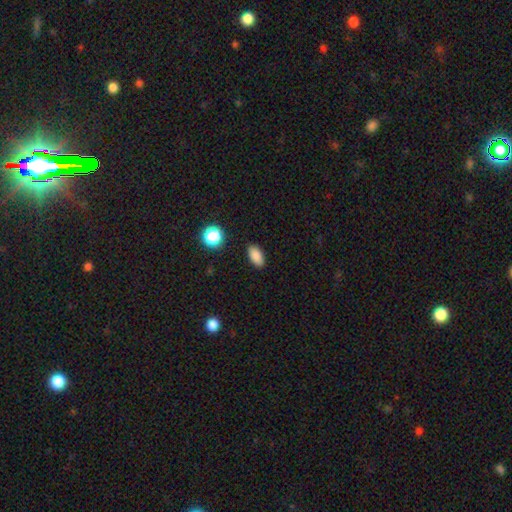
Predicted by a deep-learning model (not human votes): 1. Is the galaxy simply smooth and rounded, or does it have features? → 86% smooth, 10% star or artifact, 4% featured or disk.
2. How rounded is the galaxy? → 90% in between, 6% round, 4% cigar-shaped.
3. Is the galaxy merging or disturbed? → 88% none, 8% minor disturbance, 2% major disturbance, 1% merger.